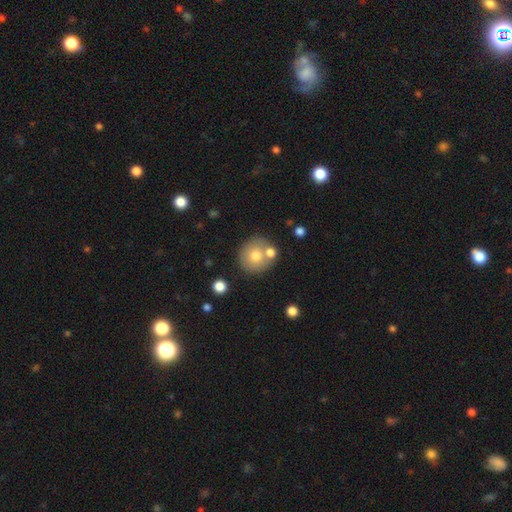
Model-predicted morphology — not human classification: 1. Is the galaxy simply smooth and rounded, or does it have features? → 72% smooth, 19% featured or disk, 9% star or artifact.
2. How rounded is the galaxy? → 89% round, 11% in between, 1% cigar-shaped.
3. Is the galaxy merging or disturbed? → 65% none, 20% merger, 11% minor disturbance, 3% major disturbance.